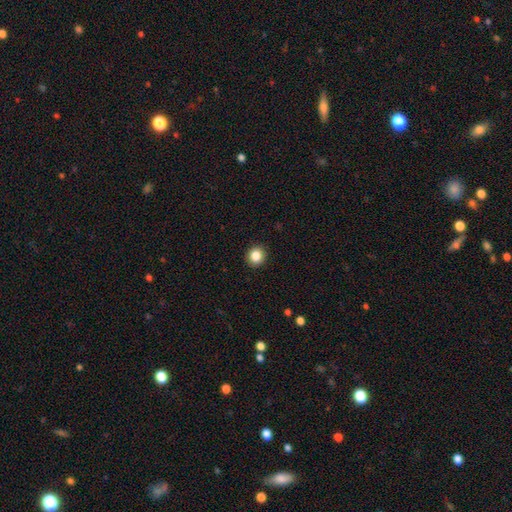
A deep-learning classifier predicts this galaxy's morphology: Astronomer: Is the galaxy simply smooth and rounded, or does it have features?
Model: smooth — 85%.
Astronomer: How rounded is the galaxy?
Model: round — 87%.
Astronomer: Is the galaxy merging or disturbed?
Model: none — 92%.